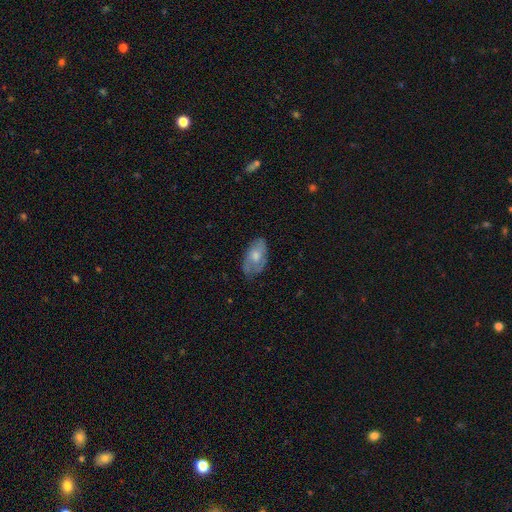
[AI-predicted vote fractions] smooth_or_featured: smooth (p=0.56) [alt: featured or disk p=0.37]
how_rounded: in between (p=0.93) [alt: round p=0.05]
merging: none (p=0.63) [alt: minor disturbance p=0.28]